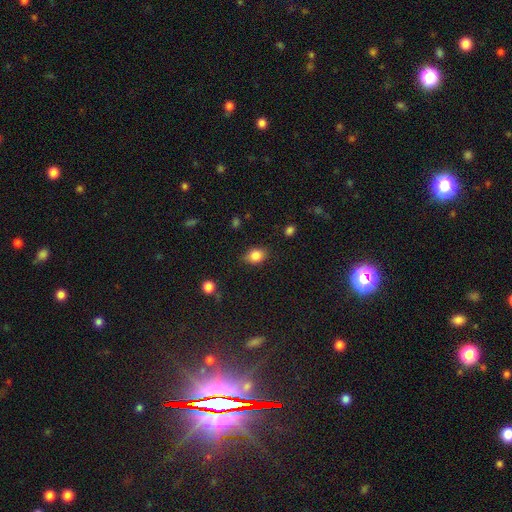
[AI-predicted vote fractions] A smooth galaxy with no disk features (84%) that is in between round and cigar-shaped (67%).

Vote fractions:
- Smooth or featured? smooth: 84% / star or artifact: 9% / featured or disk: 6%
- How rounded? in between: 67% / round: 31% / cigar-shaped: 1%
- Merging? none: 78% / minor disturbance: 17% / major disturbance: 4% / merger: 1%